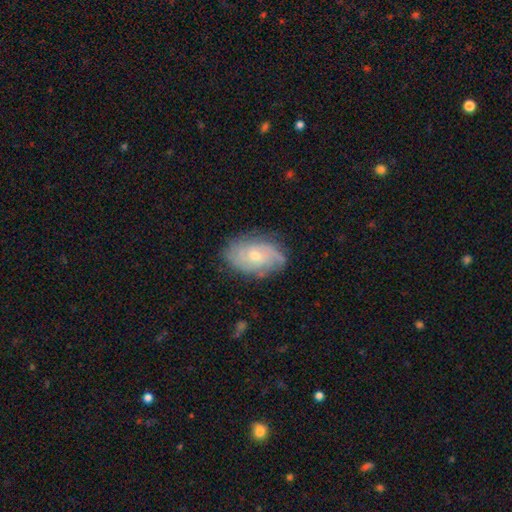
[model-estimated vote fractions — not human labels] A featured or disk galaxy (69%) with no bar (75%), tight (54%) spiral arms (88%) and a small central bulge (56%).

Vote fractions:
- Smooth or featured? featured or disk: 69% / smooth: 24% / star or artifact: 7%
- Edge-on disk? no: 95% / yes: 5%
- Bar? no: 75% / weak: 22% / strong: 3%
- Spiral arms? yes: 88% / no: 12%
- Spiral winding? tight: 54% / medium: 32% / loose: 14%
- Spiral arm count? can't tell: 43% / 2: 30% / 3: 12% / 4: 6% / 1: 5% / more than 4: 4%
- Bulge size? small: 56% / moderate: 40% / large: 1% / none: 1% / dominant: 1%
- Merging? none: 75% / minor disturbance: 19% / major disturbance: 5% / merger: 1%